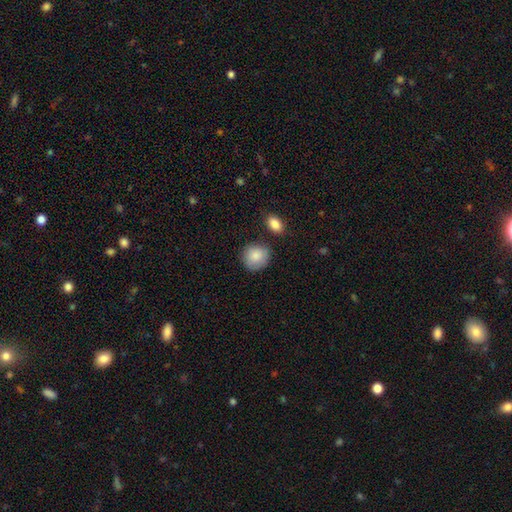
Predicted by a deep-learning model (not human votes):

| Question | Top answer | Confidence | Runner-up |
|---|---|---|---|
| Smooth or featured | smooth | 87% | featured or disk (7%) |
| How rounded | round | 84% | in between (15%) |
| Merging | none | 75% | minor disturbance (16%) |